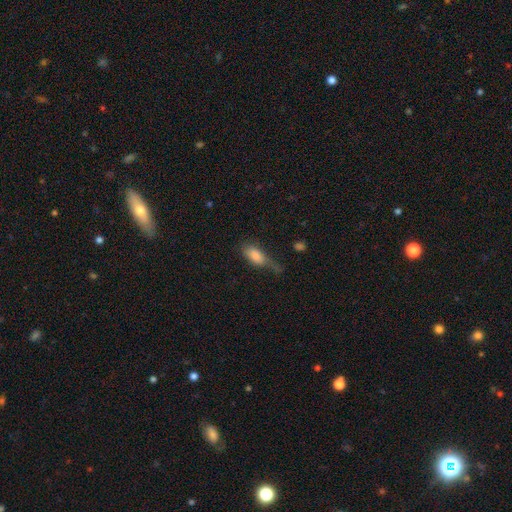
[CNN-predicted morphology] type=smooth (81%); roundness=in between (83%); merging=minor disturbance (34%, tied with none).